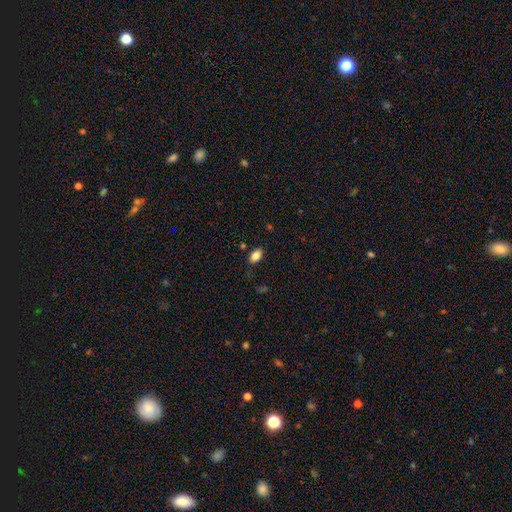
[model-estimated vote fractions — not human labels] This is clearly a smooth galaxy (84%). How rounded: clearly in between (90%). Merging: clearly none (83%).